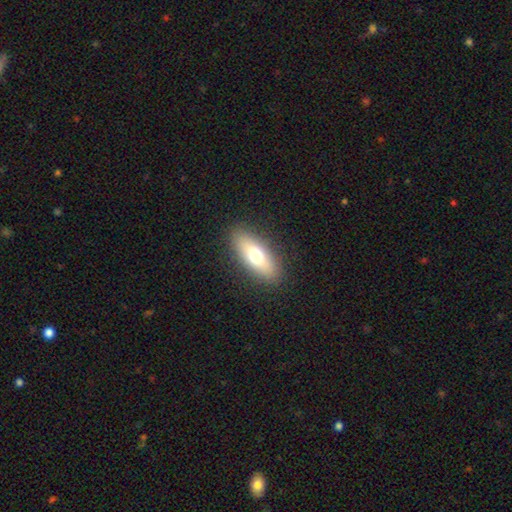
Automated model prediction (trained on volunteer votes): This appears to be a smooth galaxy with no disk features (68%) that is in between round and cigar-shaped (69%). Merging: none (88%).